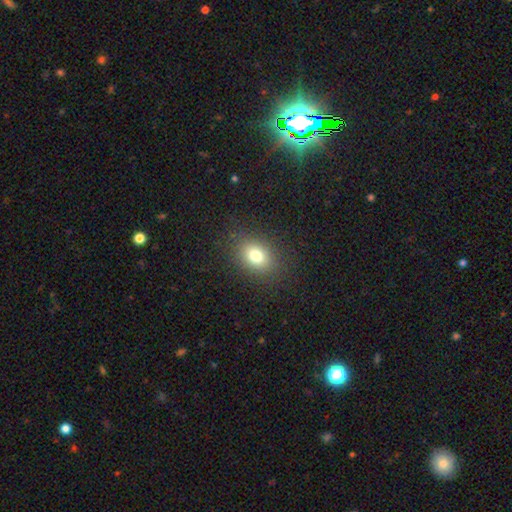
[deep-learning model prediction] This is likely a smooth galaxy (77%). How rounded: likely in between (60%). Merging: clearly none (86%).